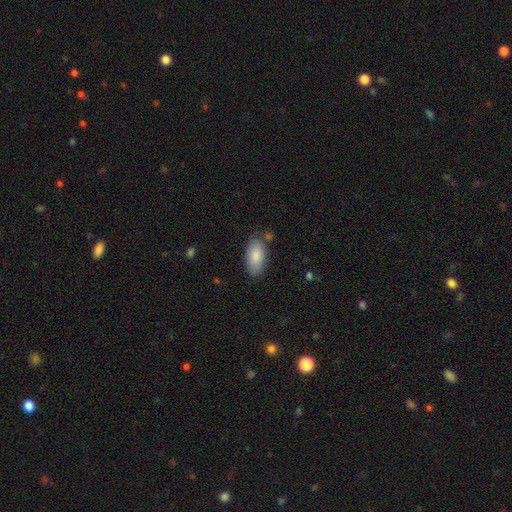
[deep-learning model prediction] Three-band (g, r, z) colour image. It shows a smooth galaxy with no disk features (86%) that is in between round and cigar-shaped (92%). Merging: none (76%).